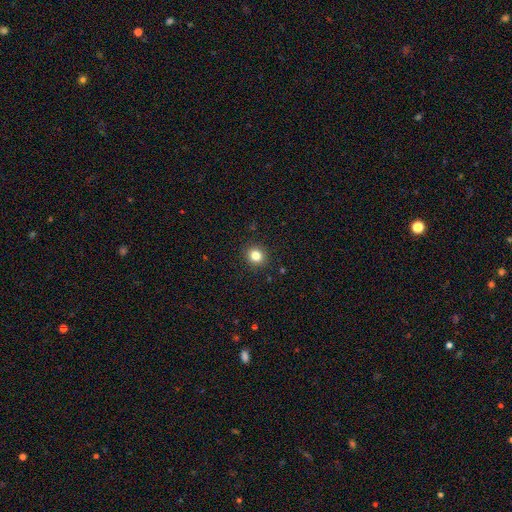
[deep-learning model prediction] Smooth or featured: smooth — 82% (star or artifact — 12%)
How rounded: round — 82% (in between — 17%)
Merging: none — 91% (minor disturbance — 6%)